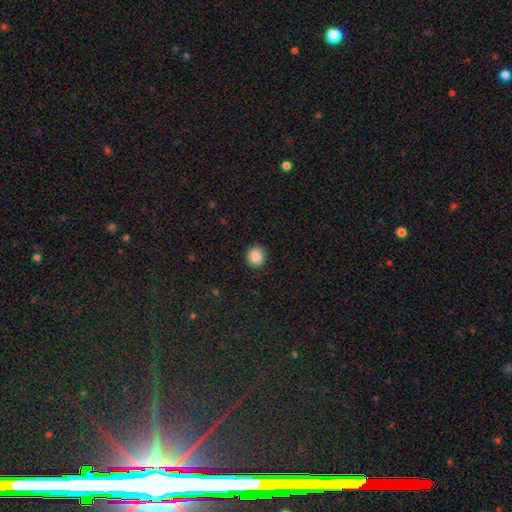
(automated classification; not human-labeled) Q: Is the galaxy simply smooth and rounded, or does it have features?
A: smooth — 86%.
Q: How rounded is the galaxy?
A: round — 78%.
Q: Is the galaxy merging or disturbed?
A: none — 86%.